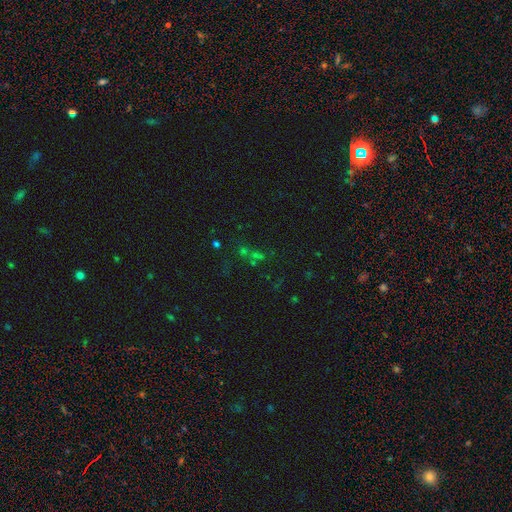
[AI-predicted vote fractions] A star or artifact, not a galaxy (54%).

Vote fractions:
- Smooth or featured? star or artifact: 54% / smooth: 29% / featured or disk: 17%